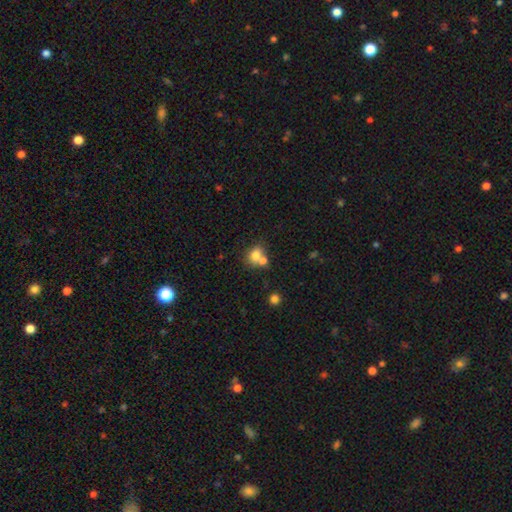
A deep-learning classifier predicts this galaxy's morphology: smooth-or-featured: smooth: 76% | featured or disk: 12% | star or artifact: 12%
  how-rounded: in between: 52% | round: 46% | cigar-shaped: 1%
  merging: merger: 47% | none: 38% | minor disturbance: 10% | major disturbance: 5%